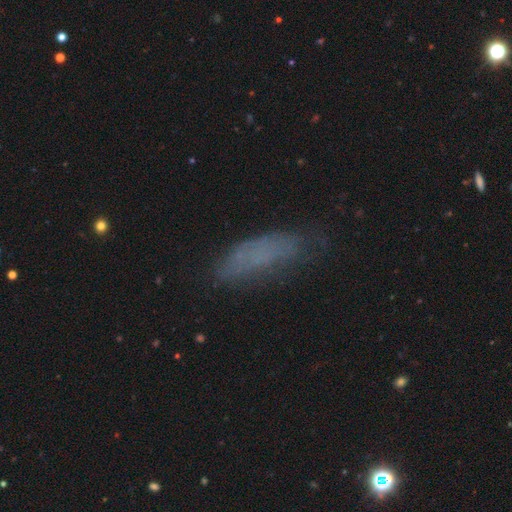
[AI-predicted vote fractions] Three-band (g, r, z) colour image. It shows a smooth galaxy with no disk features (59%) that is in between round and cigar-shaped (58%). Merging: none (57%).